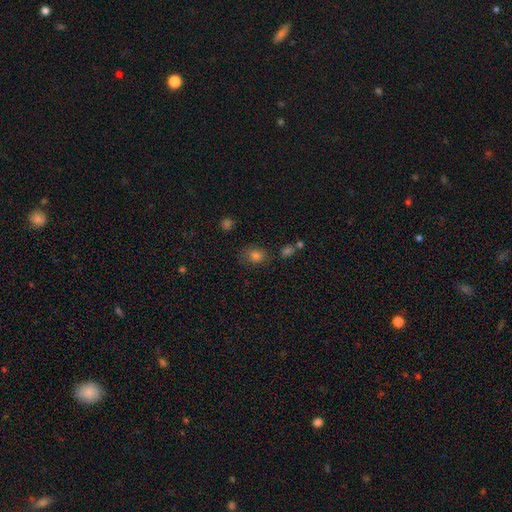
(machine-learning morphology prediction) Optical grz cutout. It shows a smooth galaxy with no disk features (76%) that is round (55%). Merging: none (70%).